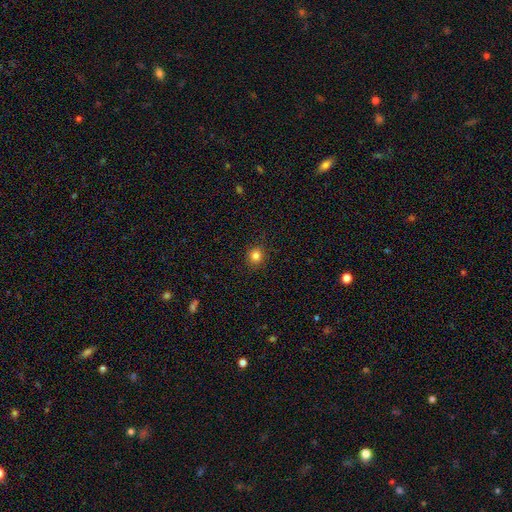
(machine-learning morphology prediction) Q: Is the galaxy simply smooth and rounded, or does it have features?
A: smooth — 83%.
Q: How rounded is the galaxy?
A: round — 87%.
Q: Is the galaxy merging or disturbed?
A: none — 90%.